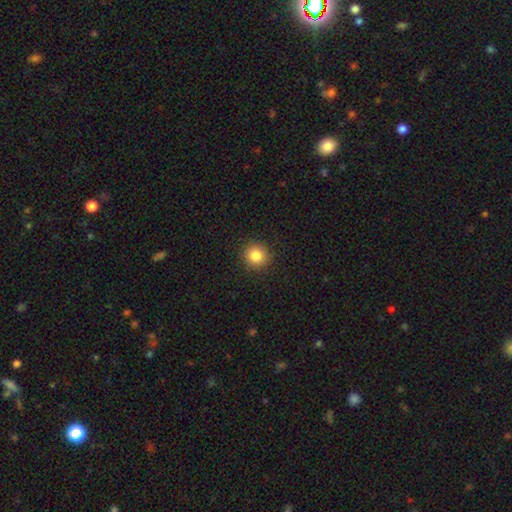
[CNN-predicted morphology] This is clearly a smooth galaxy (84%). How rounded: clearly round (93%). Merging: clearly none (91%).